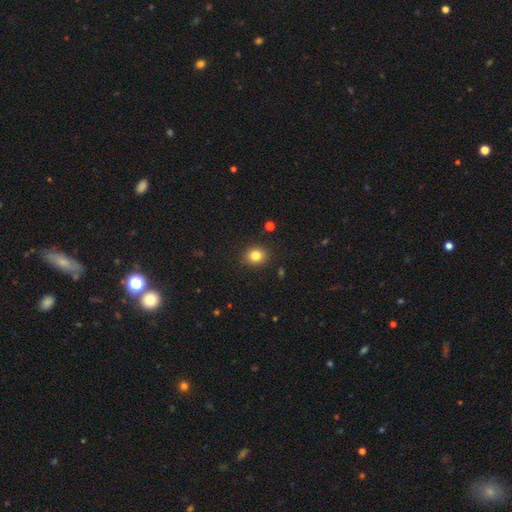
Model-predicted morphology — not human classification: Smooth or featured?
  - smooth: 83% *
  - star or artifact: 11%
  - featured or disk: 5%
How rounded?
  - round: 73% *
  - in between: 26%
  - cigar-shaped: 1%
Merging?
  - none: 89% *
  - minor disturbance: 7%
  - major disturbance: 2%
  - merger: 1%